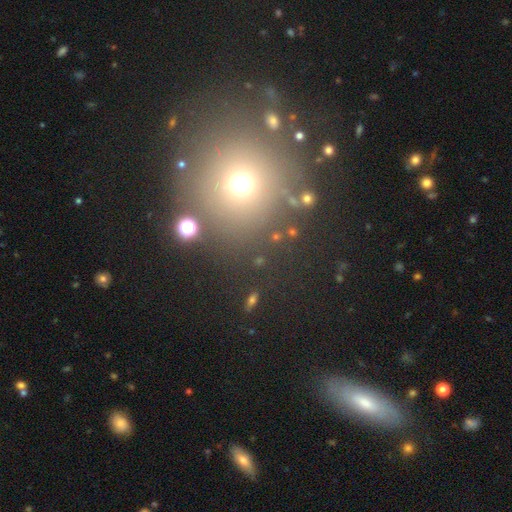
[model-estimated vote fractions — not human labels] smooth-or-featured: smooth: 58% | star or artifact: 28% | featured or disk: 14%
  how-rounded: round: 90% | in between: 9% | cigar-shaped: 1%
  merging: none: 80% | minor disturbance: 9% | merger: 6% | major disturbance: 5%